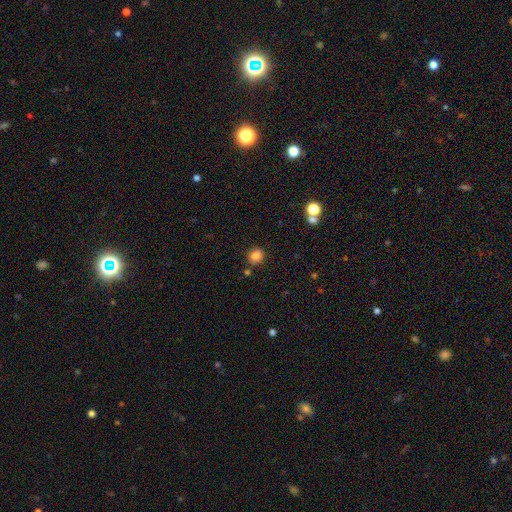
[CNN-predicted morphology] This is clearly a smooth galaxy (82%). How rounded: clearly round (81%). Merging: likely none (80%).